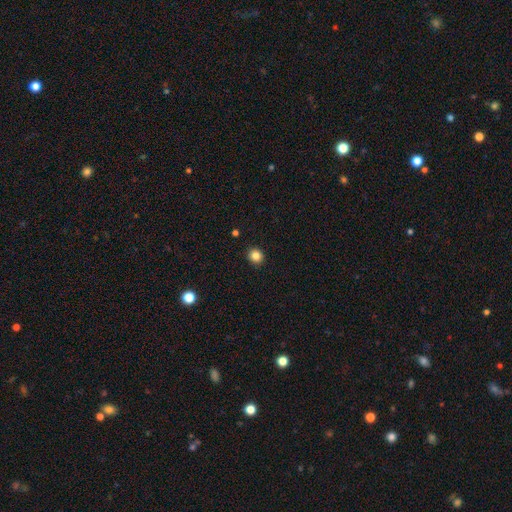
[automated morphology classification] smooth_or_featured: smooth (p=0.84) [alt: star or artifact p=0.11]
how_rounded: round (p=0.87) [alt: in between p=0.12]
merging: none (p=0.93) [alt: minor disturbance p=0.05]